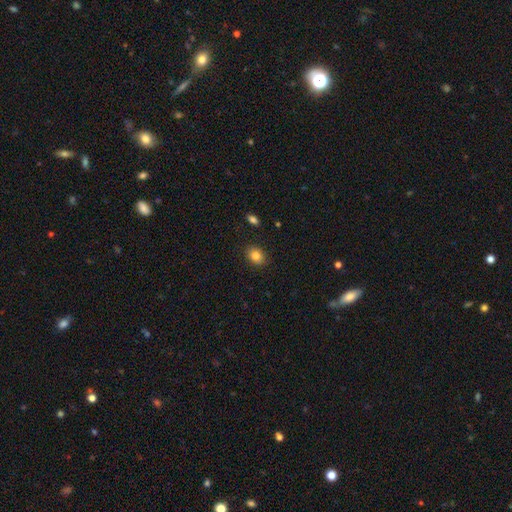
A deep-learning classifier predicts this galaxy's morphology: smooth-or-featured: smooth: 84% | star or artifact: 10% | featured or disk: 6%
  how-rounded: in between: 52% | round: 47% | cigar-shaped: 1%
  merging: none: 88% | minor disturbance: 8% | major disturbance: 2% | merger: 1%